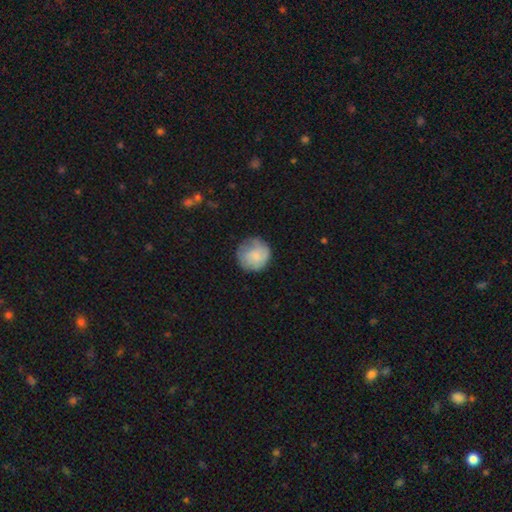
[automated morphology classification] smooth_or_featured: smooth (p=0.75) [alt: featured or disk p=0.19]
how_rounded: round (p=0.91) [alt: in between p=0.08]
merging: none (p=0.69) [alt: minor disturbance p=0.22]